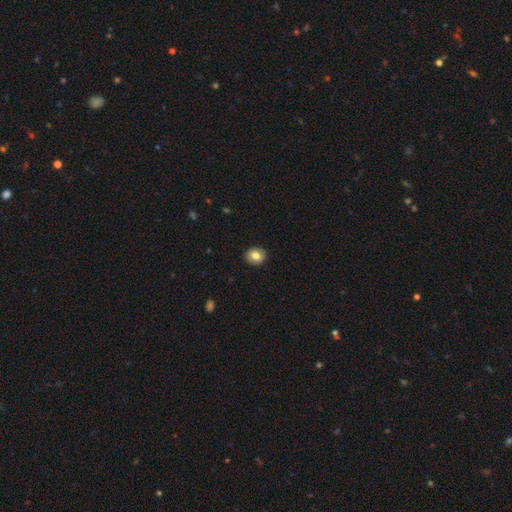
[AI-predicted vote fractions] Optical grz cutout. It shows a smooth galaxy with no disk features (81%) that is round (70%). Merging: none (91%).